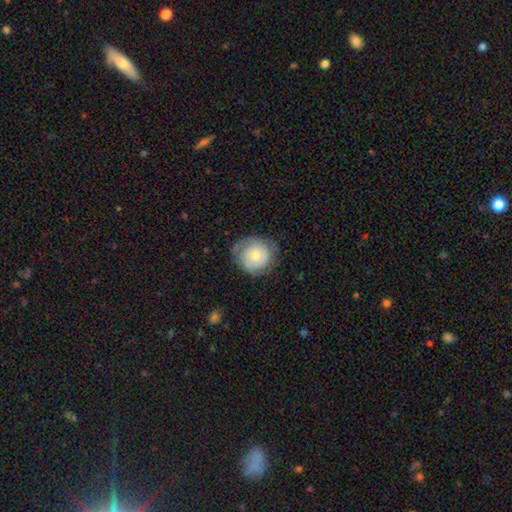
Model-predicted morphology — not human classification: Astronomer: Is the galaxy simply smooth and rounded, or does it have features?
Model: smooth — 60%.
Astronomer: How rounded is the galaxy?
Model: round — 87%.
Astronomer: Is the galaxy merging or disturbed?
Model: none — 67%.